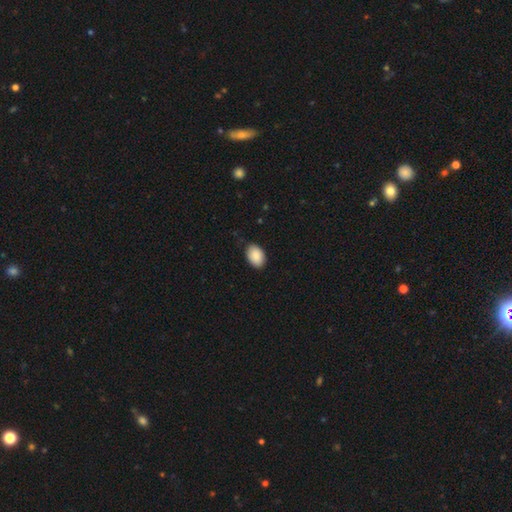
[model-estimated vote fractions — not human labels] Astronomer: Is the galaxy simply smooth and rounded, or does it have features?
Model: smooth — 89%.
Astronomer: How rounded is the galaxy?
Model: in between — 85%.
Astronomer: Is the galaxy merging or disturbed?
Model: none — 84%.